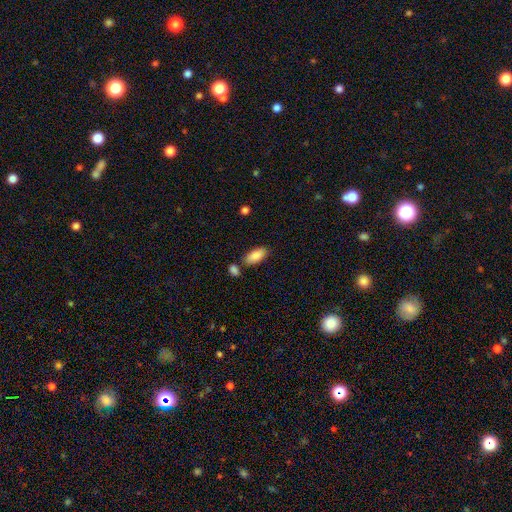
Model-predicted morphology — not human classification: This appears to be a smooth galaxy with no disk features (87%) that is in between round and cigar-shaped (87%). Merging: none (75%).